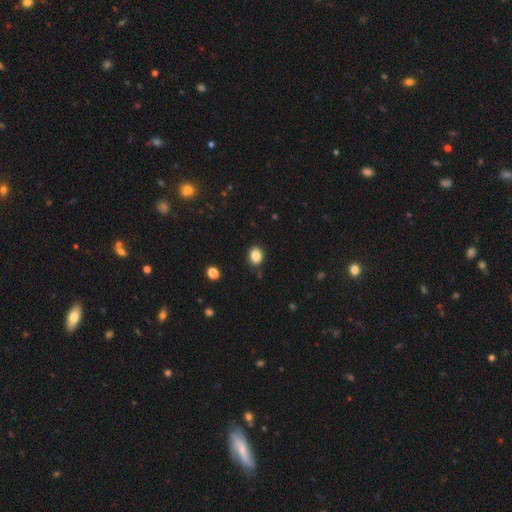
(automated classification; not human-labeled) Smooth or featured?
  - smooth: 86% *
  - star or artifact: 10%
  - featured or disk: 5%
How rounded?
  - in between: 53% *
  - round: 46%
  - cigar-shaped: 1%
Merging?
  - none: 85% *
  - minor disturbance: 11%
  - major disturbance: 2%
  - merger: 2%